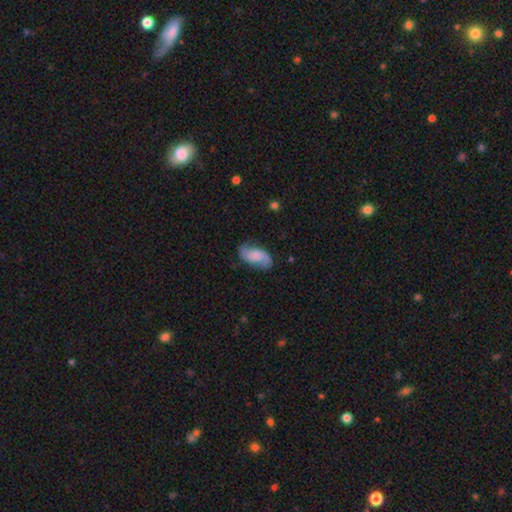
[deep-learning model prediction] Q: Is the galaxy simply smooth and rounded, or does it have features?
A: featured or disk — 55%.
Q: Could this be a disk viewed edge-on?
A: no — 96%.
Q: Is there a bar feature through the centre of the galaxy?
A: no — 60%.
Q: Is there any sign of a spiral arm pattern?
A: yes — 92%.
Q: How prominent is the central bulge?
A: none — 51%.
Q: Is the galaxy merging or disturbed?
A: none — 71%.